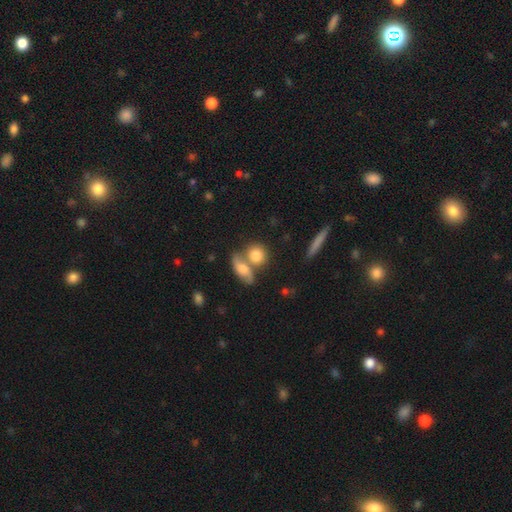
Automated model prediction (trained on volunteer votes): smooth 77%, featured or disk 16%, star or artifact 8%. Down the decision tree: how rounded — round (61%); merging — merger (43%).